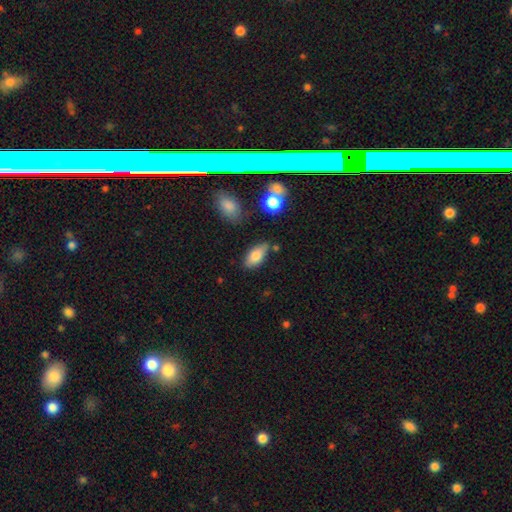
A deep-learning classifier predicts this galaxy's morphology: This appears to be a smooth galaxy with no disk features (77%) that is in between round and cigar-shaped (86%). Merging: none (74%).